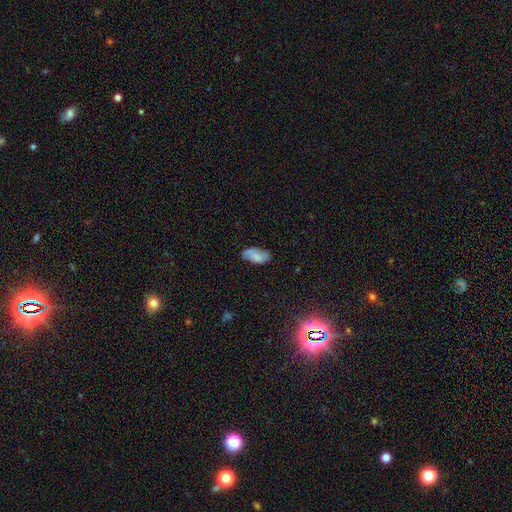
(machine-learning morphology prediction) smooth 64%, featured or disk 27%, star or artifact 9%. Down the decision tree: how rounded — in between (93%); merging — none (69%).